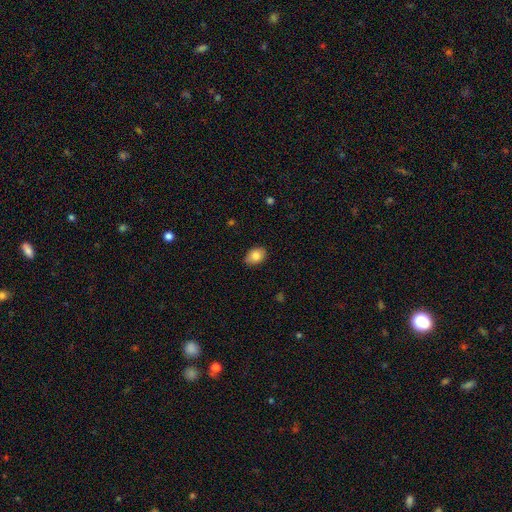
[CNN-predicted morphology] A smooth galaxy with no disk features (82%) that is in between round and cigar-shaped (80%). Merging: none (85%).